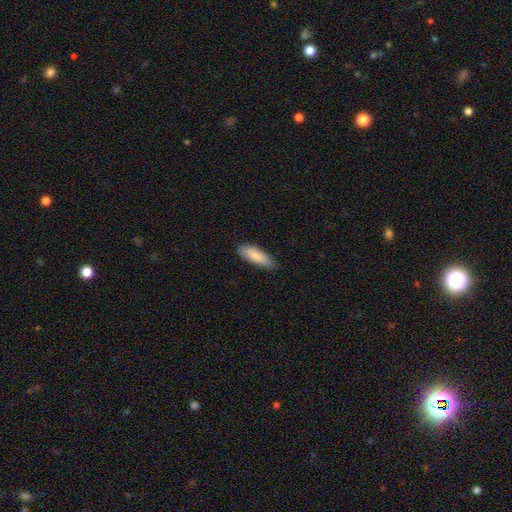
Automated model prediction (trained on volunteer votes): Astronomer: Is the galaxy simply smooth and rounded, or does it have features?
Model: smooth — 86%.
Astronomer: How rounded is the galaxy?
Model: in between — 58% (runner-up: cigar-shaped, 40%).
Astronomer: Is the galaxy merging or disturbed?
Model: none — 82%.